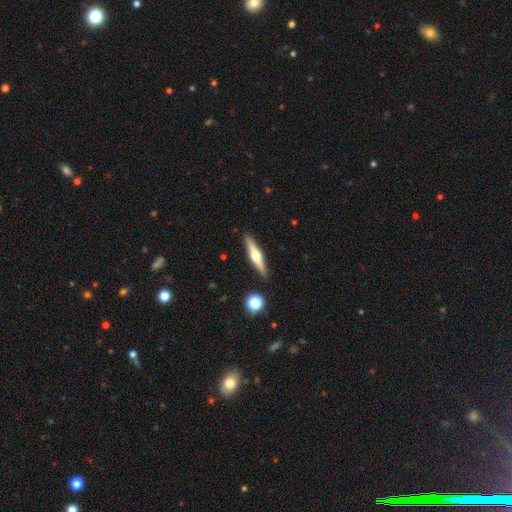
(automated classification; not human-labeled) Smooth or featured?
  - featured or disk: 63% *
  - smooth: 31%
  - star or artifact: 6%
Edge-on disk?
  - yes: 97% *
  - no: 3%
Edge-on bulge?
  - rounded: 94% *
  - none: 3%
  - boxy: 3%
Merging?
  - none: 90% *
  - minor disturbance: 7%
  - merger: 2%
  - major disturbance: 2%